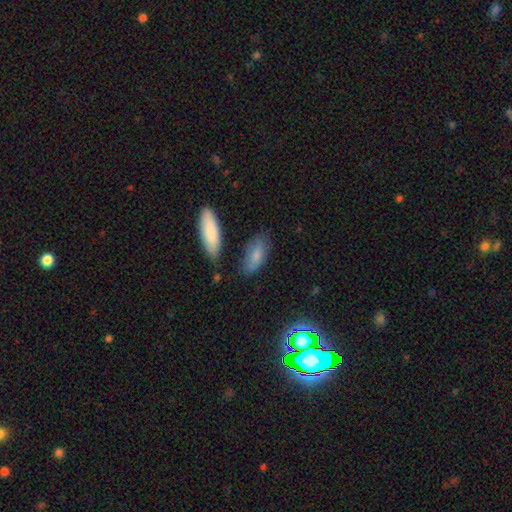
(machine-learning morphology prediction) Overall: smooth (79%). How rounded: in between (78%). Merging: none (72%).